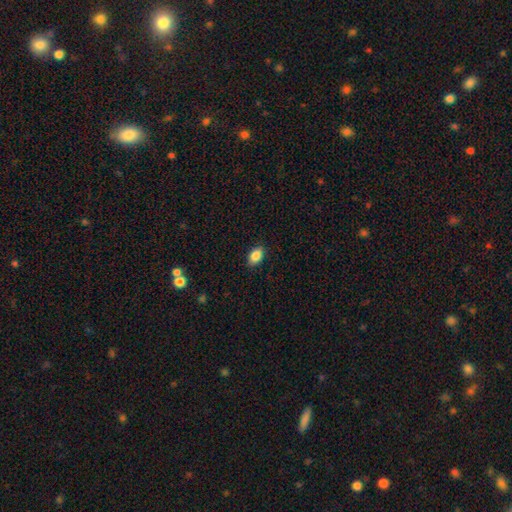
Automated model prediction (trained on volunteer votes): This is clearly a smooth galaxy (86%). How rounded: clearly in between (86%). Merging: clearly none (87%).